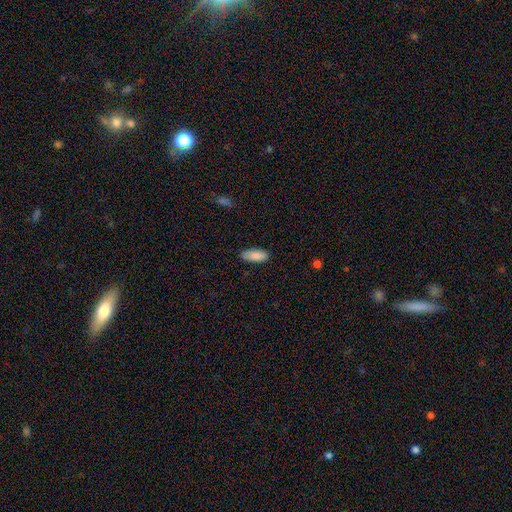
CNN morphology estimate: smooth 89%, star or artifact 6%, featured or disk 5%. Down the decision tree: how rounded — in between (81%); merging — none (82%).